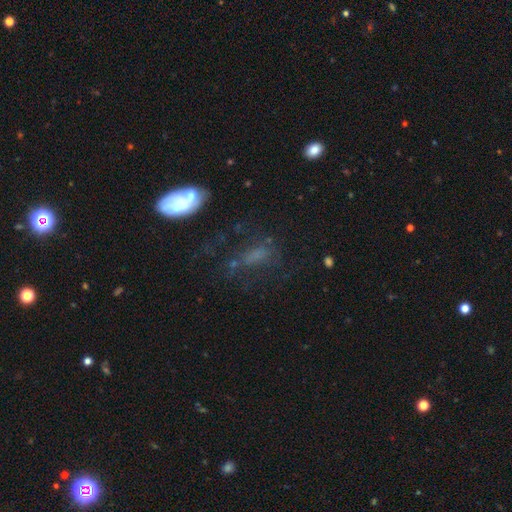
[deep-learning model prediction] smooth 42%, featured or disk 33%, star or artifact 25%. Down the decision tree: merging — none (49%).